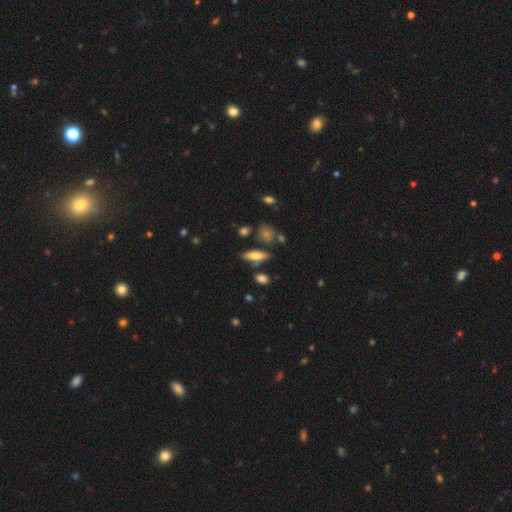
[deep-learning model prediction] Smooth or featured: smooth — 65% (featured or disk — 27%)
How rounded: in between — 53% (cigar-shaped — 44%)
Merging: none — 76% (minor disturbance — 13%)